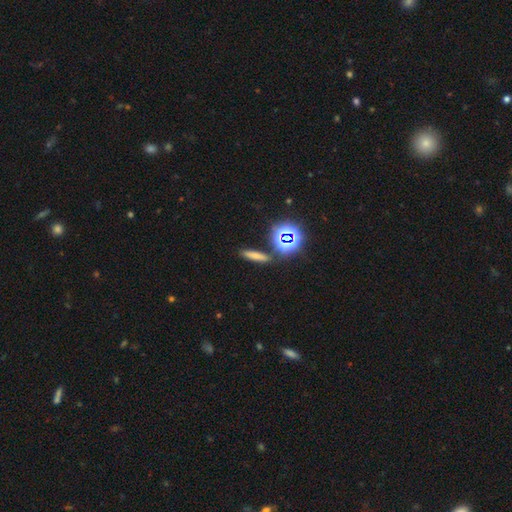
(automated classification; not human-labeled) smooth 64%, star or artifact 24%, featured or disk 12%. Down the decision tree: how rounded — cigar-shaped (74%); merging — none (82%).